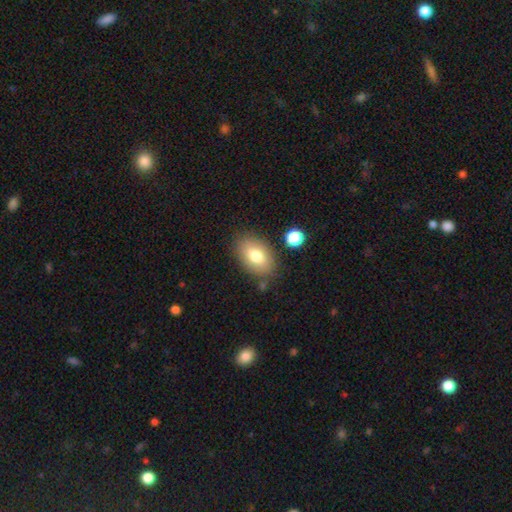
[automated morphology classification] A smooth galaxy with no disk features (76%) that is in between round and cigar-shaped (88%). Merging: none (80%).